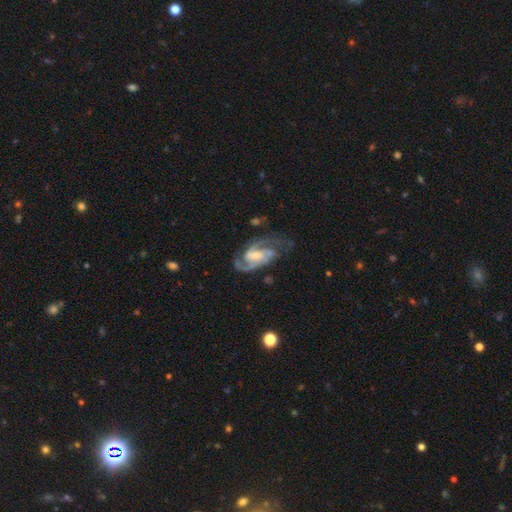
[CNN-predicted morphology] Q: Smooth or featured?
A: featured or disk (91%); runner-up: smooth (5%)
Q: Edge-on disk?
A: no (97%); runner-up: yes (3%)
Q: Bar?
A: weak (46%); runner-up: no (30%)
Q: Spiral arms?
A: yes (98%); runner-up: no (2%)
Q: Spiral winding?
A: medium (55%); runner-up: tight (34%)
Q: Spiral arm count?
A: 2 (67%); runner-up: 3 (20%)
Q: Bulge size?
A: small (49%); runner-up: moderate (36%)
Q: Merging?
A: none (65%); runner-up: minor disturbance (20%)